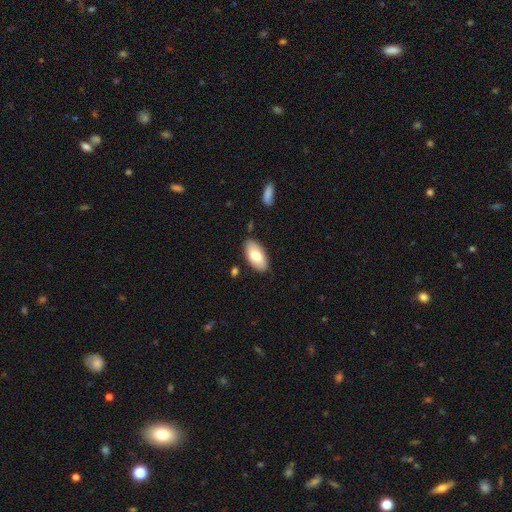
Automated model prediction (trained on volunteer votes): Q: Smooth or featured?
A: smooth (77%); runner-up: featured or disk (18%)
Q: How rounded?
A: in between (94%); runner-up: cigar-shaped (4%)
Q: Merging?
A: none (84%); runner-up: minor disturbance (11%)